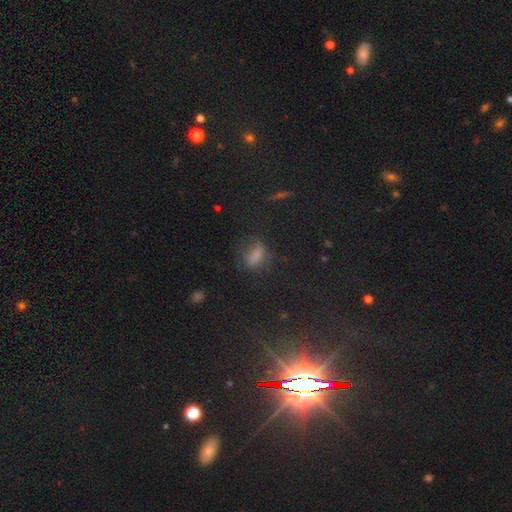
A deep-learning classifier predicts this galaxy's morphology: This is possibly a smooth galaxy (57%). How rounded: likely in between (66%). Merging: possibly none (54%).